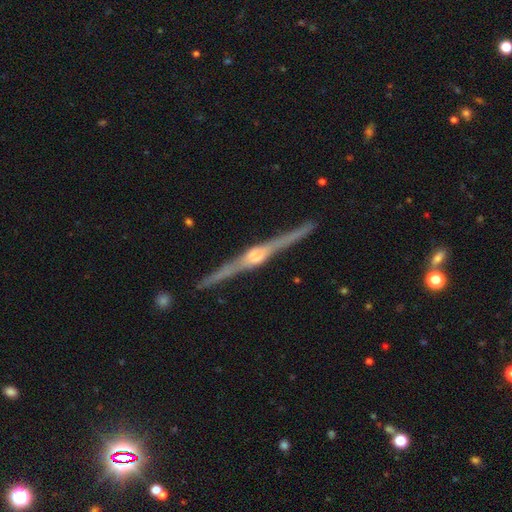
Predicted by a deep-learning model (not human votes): Smooth or featured: featured or disk — 88% (smooth — 7%)
Edge-on disk: yes — 98% (no — 2%)
Edge-on bulge: rounded — 81% (boxy — 14%)
Merging: none — 88% (minor disturbance — 9%)